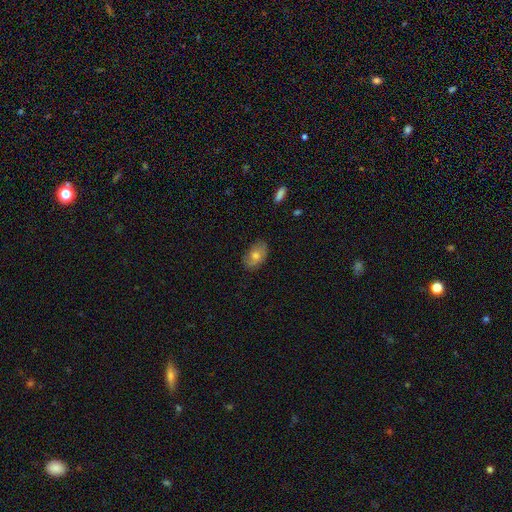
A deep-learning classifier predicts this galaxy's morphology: smooth 69%, featured or disk 23%, star or artifact 8%. Down the decision tree: how rounded — in between (91%); merging — none (79%).